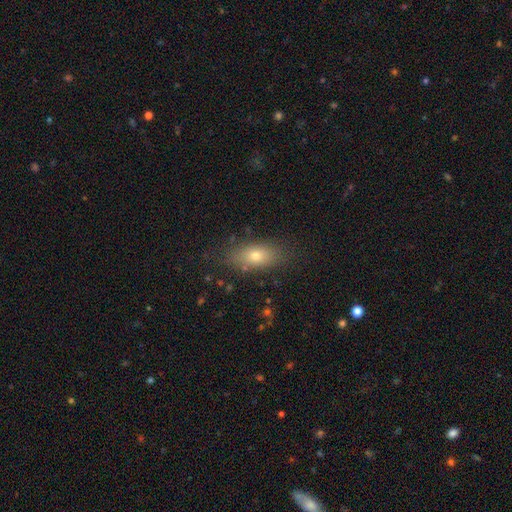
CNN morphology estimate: Q: Smooth or featured?
A: smooth (74%); runner-up: featured or disk (16%)
Q: How rounded?
A: in between (80%); runner-up: cigar-shaped (12%)
Q: Merging?
A: none (82%); runner-up: minor disturbance (12%)